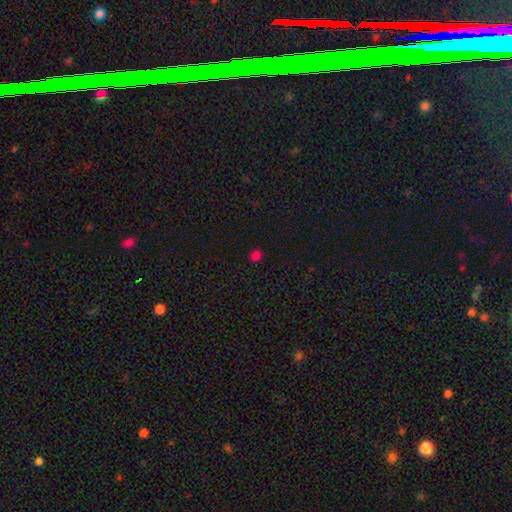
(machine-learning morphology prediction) A smooth galaxy with no disk features (75%) that is round (84%). Merging: none (90%).